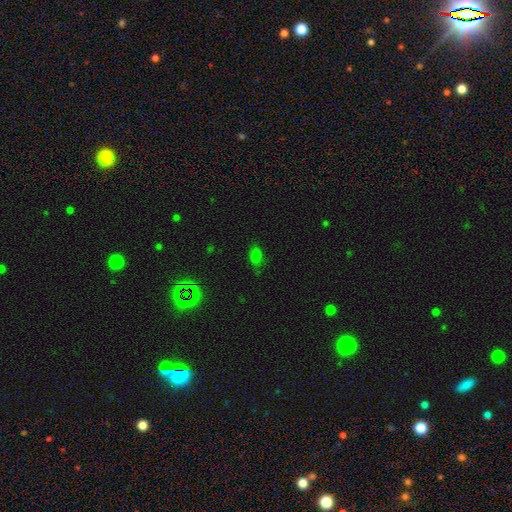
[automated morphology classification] Q: Smooth or featured?
A: smooth (70%); runner-up: star or artifact (23%)
Q: How rounded?
A: in between (84%); runner-up: round (8%)
Q: Merging?
A: none (68%); runner-up: minor disturbance (23%)